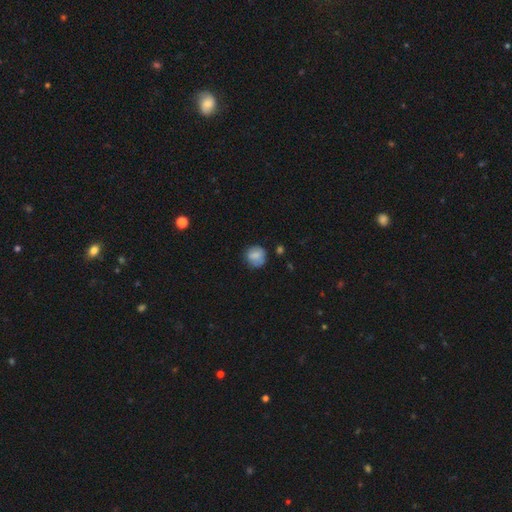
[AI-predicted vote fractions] Q: Smooth or featured?
A: smooth (80%); runner-up: featured or disk (11%)
Q: How rounded?
A: round (86%); runner-up: in between (13%)
Q: Merging?
A: none (72%); runner-up: minor disturbance (20%)